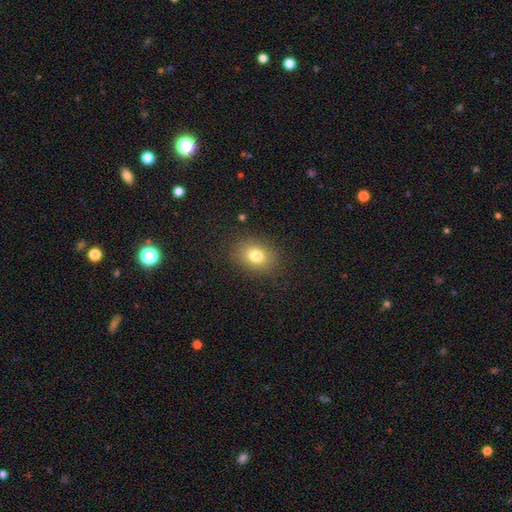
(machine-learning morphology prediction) Smooth or featured? smooth (79%)
How rounded? in between (59%)
Merging? none (86%)